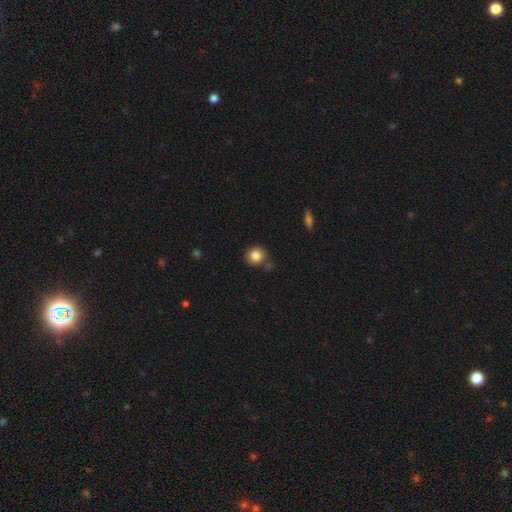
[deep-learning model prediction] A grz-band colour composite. It shows a smooth galaxy with no disk features (85%) that is round (89%). Merging: none (74%).